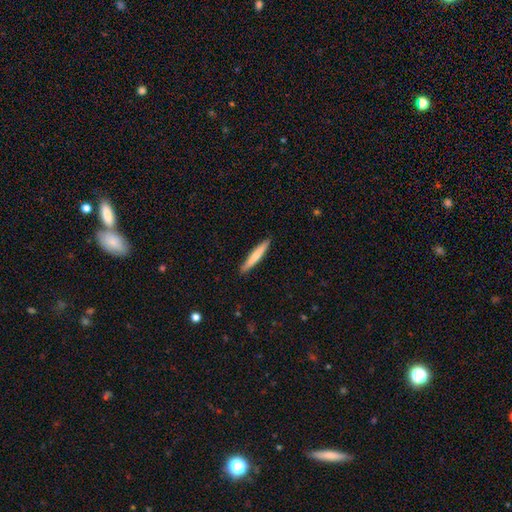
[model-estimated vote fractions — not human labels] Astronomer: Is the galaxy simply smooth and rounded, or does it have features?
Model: smooth — 71%.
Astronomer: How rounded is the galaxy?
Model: cigar-shaped — 94%.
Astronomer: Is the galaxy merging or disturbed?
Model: none — 90%.